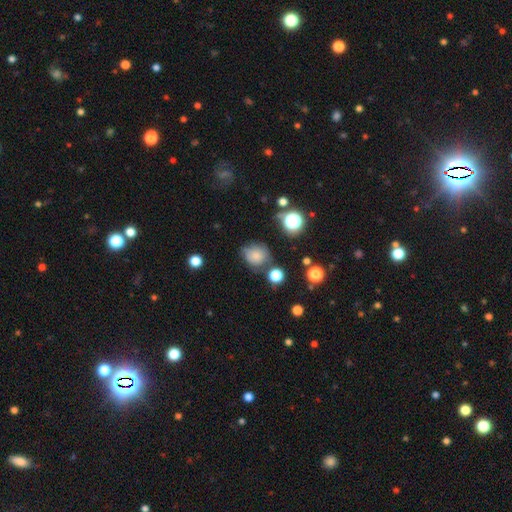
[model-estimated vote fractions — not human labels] smooth_or_featured: smooth (p=0.75) [alt: star or artifact p=0.14]
how_rounded: round (p=0.74) [alt: in between p=0.25]
merging: none (p=0.57) [alt: minor disturbance p=0.25]